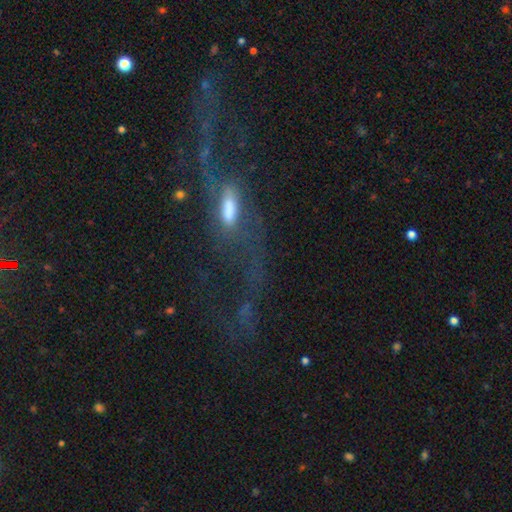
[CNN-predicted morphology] Smooth or featured?
  - featured or disk: 78% *
  - smooth: 11%
  - star or artifact: 11%
Edge-on disk?
  - no: 82% *
  - yes: 18%
Bar?
  - weak: 42% *
  - no: 31%
  - strong: 27%
Spiral arms?
  - yes: 85% *
  - no: 15%
Spiral winding?
  - loose: 84% *
  - medium: 12%
  - tight: 4%
Spiral arm count?
  - 2: 88% *
  - can't tell: 4%
  - 1: 3%
  - 3: 2%
  - 4: 1%
  - more than 4: 1%
Bulge size?
  - moderate: 49% *
  - small: 28%
  - large: 14%
  - none: 6%
  - dominant: 3%
Merging?
  - none: 51% *
  - major disturbance: 29%
  - minor disturbance: 15%
  - merger: 6%